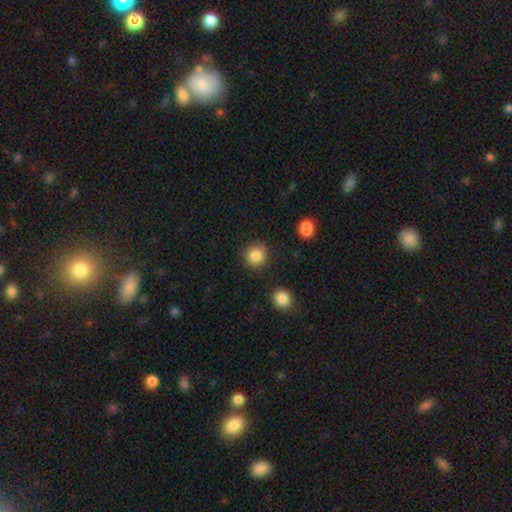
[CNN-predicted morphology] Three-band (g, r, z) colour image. It shows a smooth galaxy with no disk features (85%) that is round (91%). Merging: none (87%).